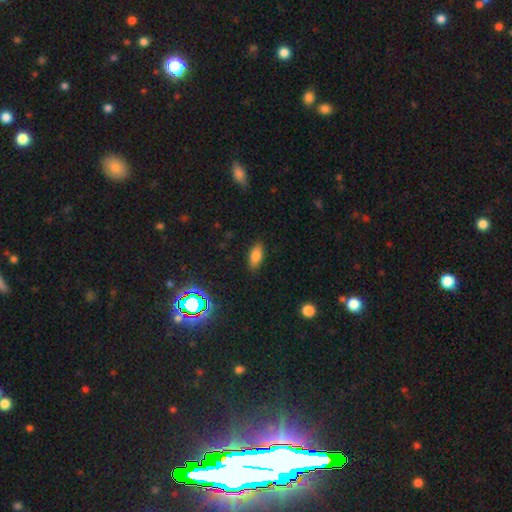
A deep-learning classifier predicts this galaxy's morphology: smooth-or-featured: smooth: 78% | star or artifact: 12% | featured or disk: 10%
  how-rounded: in between: 83% | cigar-shaped: 13% | round: 4%
  merging: none: 87% | minor disturbance: 10% | major disturbance: 2% | merger: 1%